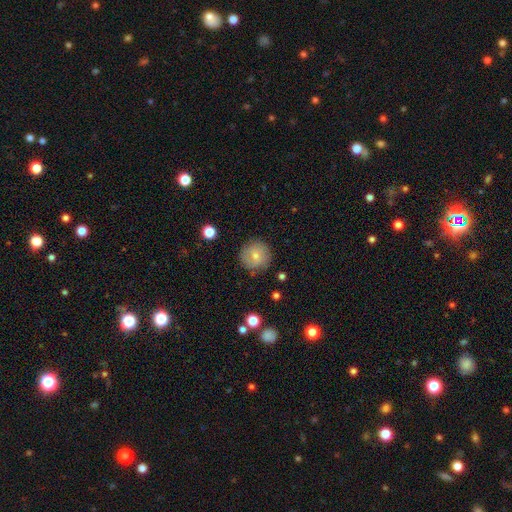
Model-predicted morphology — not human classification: A smooth galaxy with no disk features (63%) that is round (93%). Merging: none (82%).